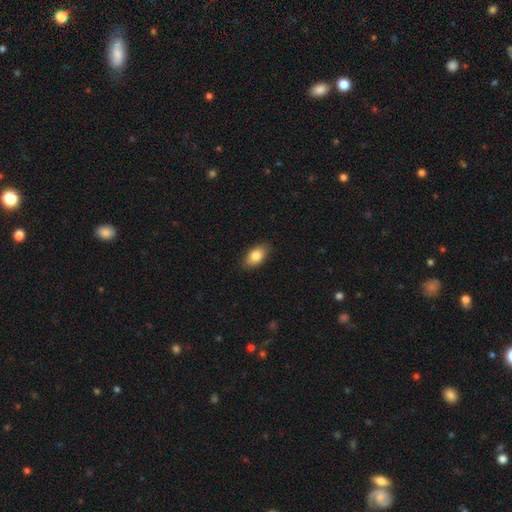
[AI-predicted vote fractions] smooth 83%, featured or disk 10%, star or artifact 7%. Down the decision tree: how rounded — in between (90%); merging — none (86%).